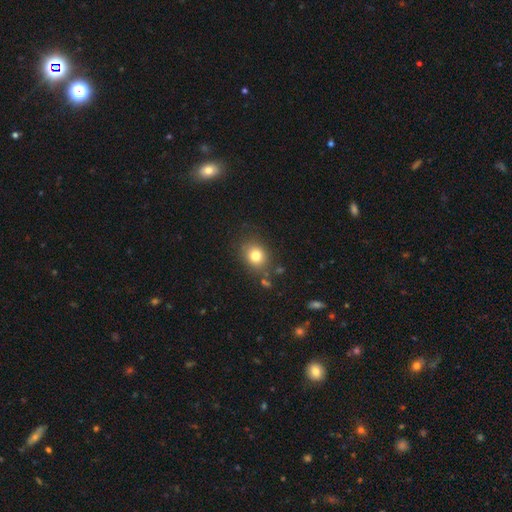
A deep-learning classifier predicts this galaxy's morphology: Q: Smooth or featured?
A: smooth (79%); runner-up: star or artifact (12%)
Q: How rounded?
A: round (65%); runner-up: in between (34%)
Q: Merging?
A: none (79%); runner-up: minor disturbance (12%)